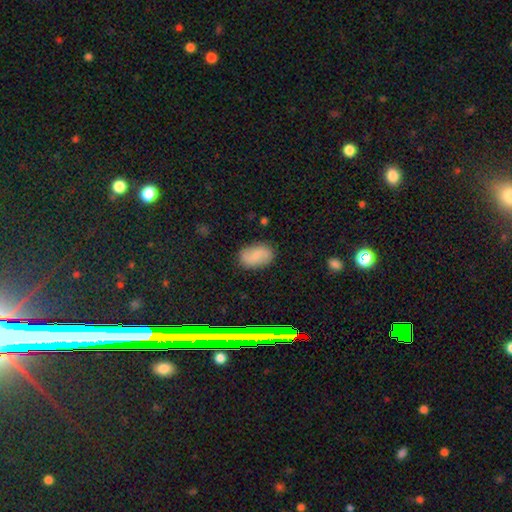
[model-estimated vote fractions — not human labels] smooth 74%, featured or disk 15%, star or artifact 11%. Down the decision tree: how rounded — in between (86%); merging — none (82%).